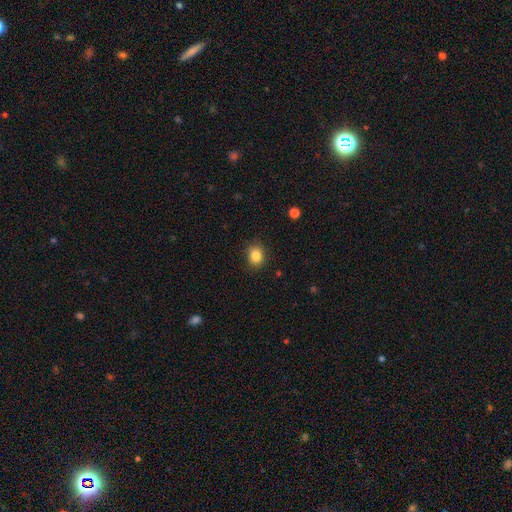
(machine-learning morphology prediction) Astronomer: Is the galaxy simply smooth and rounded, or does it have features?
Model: smooth — 85%.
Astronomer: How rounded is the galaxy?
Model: round — 56% (runner-up: in between, 43%).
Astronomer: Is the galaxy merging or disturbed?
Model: none — 85%.